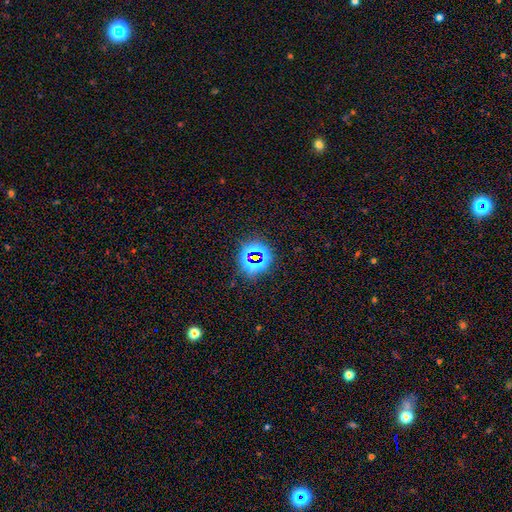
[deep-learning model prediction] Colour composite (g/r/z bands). It shows a star or artifact, not a galaxy (73%).